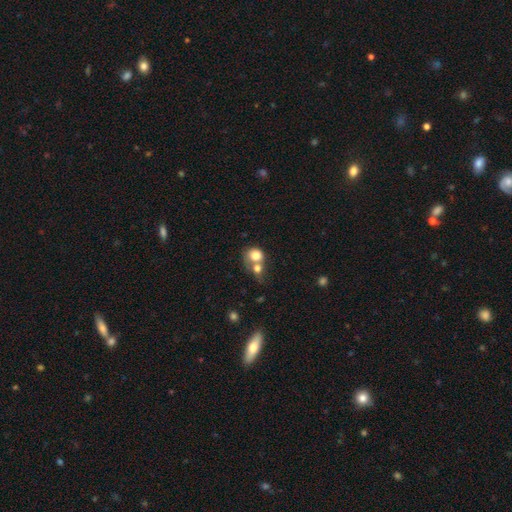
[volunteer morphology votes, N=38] A smooth galaxy with no disk features (82%) that is round (74%). Merging: merger (78%).